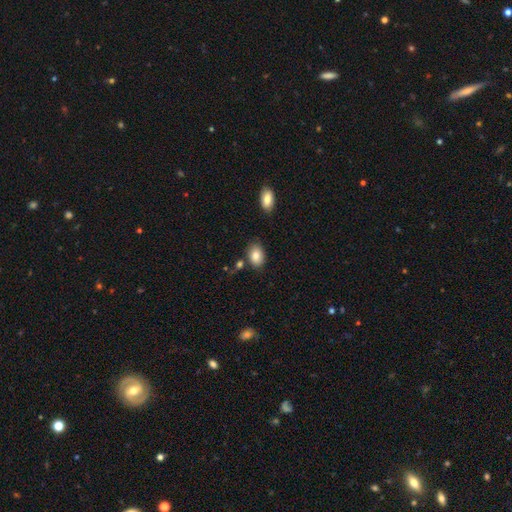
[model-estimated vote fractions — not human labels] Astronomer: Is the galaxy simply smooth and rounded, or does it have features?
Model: smooth — 85%.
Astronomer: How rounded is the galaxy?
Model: in between — 82%.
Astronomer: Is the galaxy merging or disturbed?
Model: none — 76%.